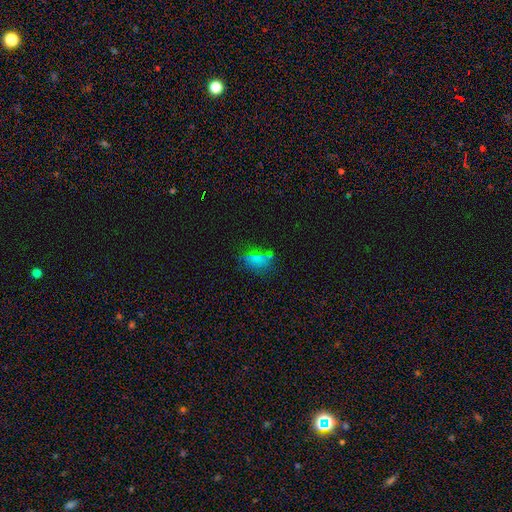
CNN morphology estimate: Smooth or featured? smooth (60%)
How rounded? in between (77%)
Merging? none (50%)